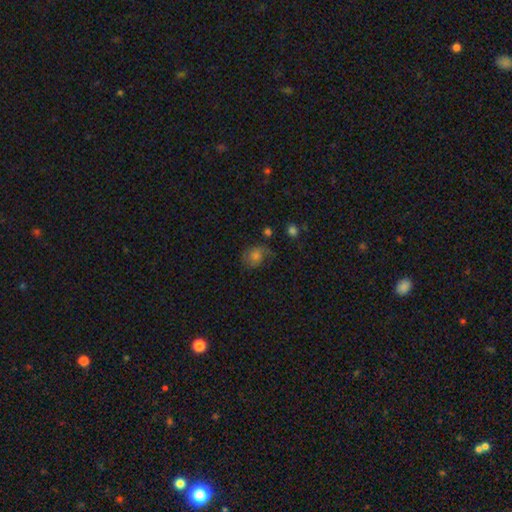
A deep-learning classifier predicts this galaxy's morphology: smooth-or-featured: smooth: 58% | featured or disk: 28% | star or artifact: 14%
  how-rounded: round: 50% | in between: 49% | cigar-shaped: 1%
  merging: none: 52% | minor disturbance: 28% | major disturbance: 17% | merger: 3%